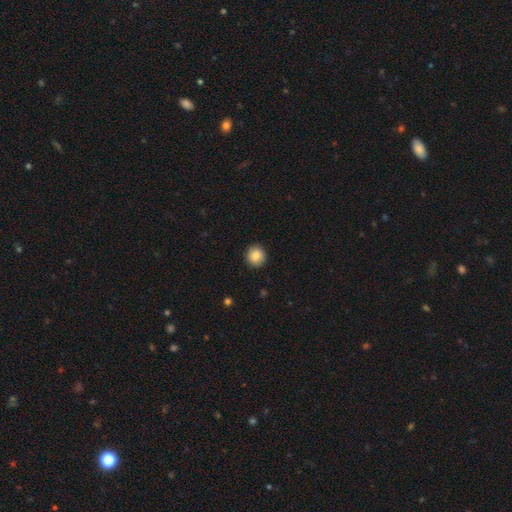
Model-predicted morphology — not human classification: Overall: smooth (84%). How rounded: round (91%). Merging: none (90%).